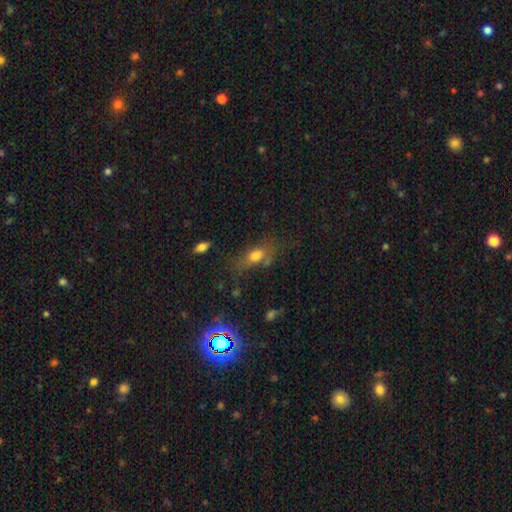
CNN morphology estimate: smooth-or-featured: smooth: 65% | featured or disk: 19% | star or artifact: 16%
  how-rounded: in between: 76% | round: 13% | cigar-shaped: 11%
  merging: none: 51% | minor disturbance: 24% | major disturbance: 19% | merger: 7%